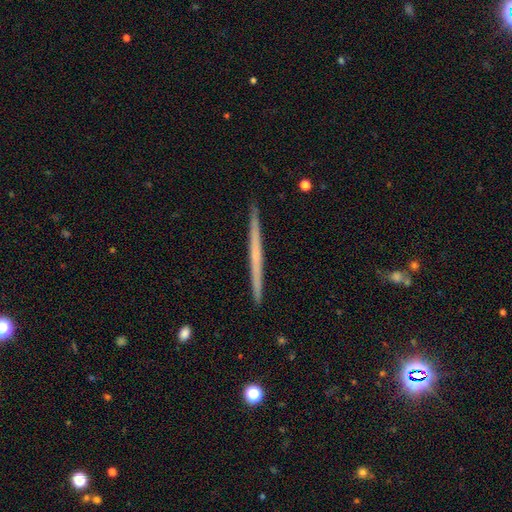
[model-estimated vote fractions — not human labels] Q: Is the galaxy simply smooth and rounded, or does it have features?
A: featured or disk — 56%.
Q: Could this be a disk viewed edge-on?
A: yes — 98%.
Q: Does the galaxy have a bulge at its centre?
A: none — 88%.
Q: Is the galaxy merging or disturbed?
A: none — 92%.